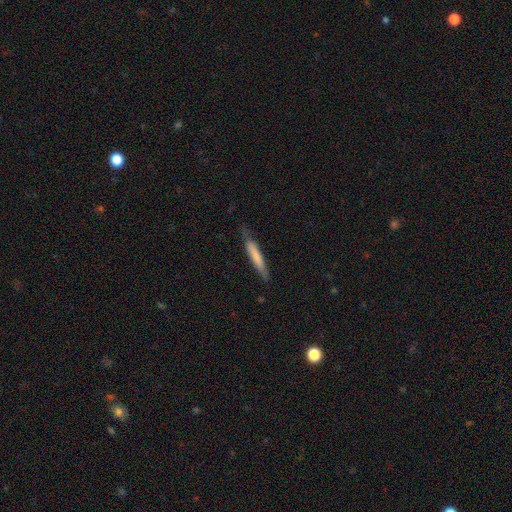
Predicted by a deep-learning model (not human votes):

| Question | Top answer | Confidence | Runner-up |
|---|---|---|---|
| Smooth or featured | smooth | 68% | featured or disk (27%) |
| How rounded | cigar-shaped | 93% | in between (5%) |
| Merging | none | 72% | minor disturbance (22%) |